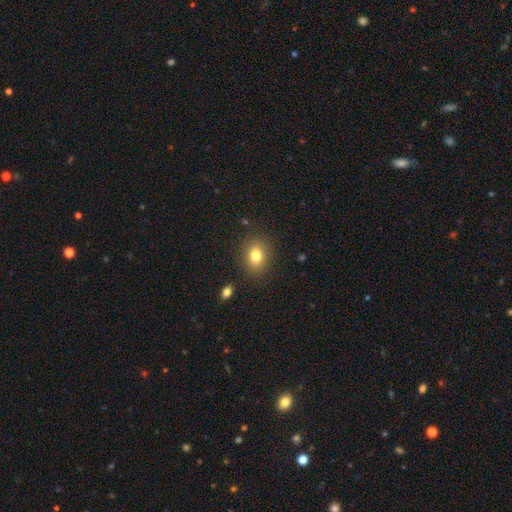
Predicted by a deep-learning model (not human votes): smooth_or_featured: smooth (p=0.80) [alt: star or artifact p=0.10]
how_rounded: in between (p=0.63) [alt: round p=0.36]
merging: none (p=0.86) [alt: minor disturbance p=0.09]